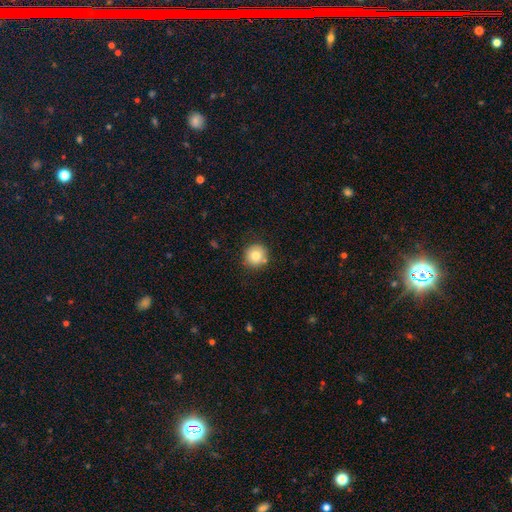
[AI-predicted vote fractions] Overall: smooth (80%). How rounded: round (93%). Merging: none (82%).